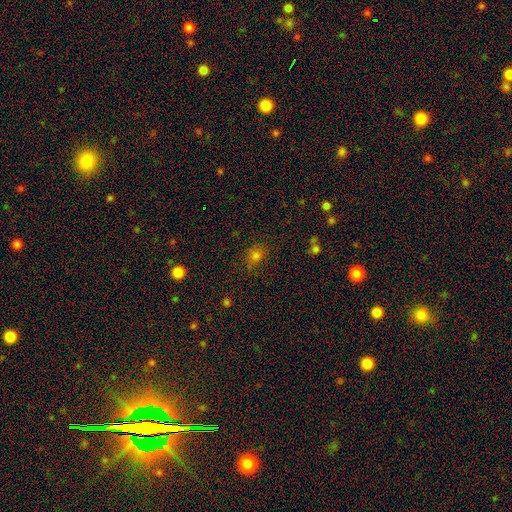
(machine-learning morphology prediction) Smooth or featured? Predicted: smooth (p=0.73). How rounded? Predicted: round (p=0.58). Merging? Predicted: none (p=0.74).